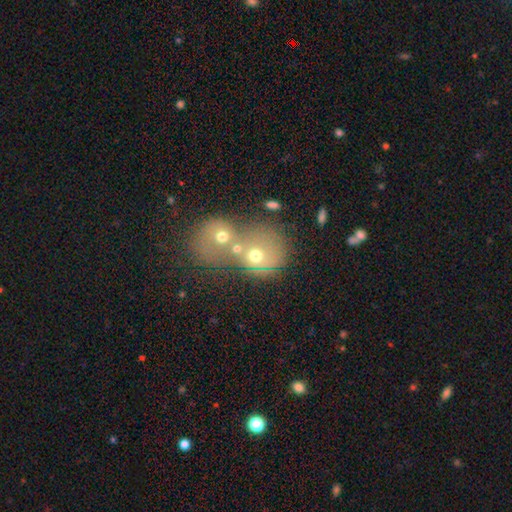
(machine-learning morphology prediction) A smooth galaxy with no disk features (57%) that is round (75%).

Vote fractions:
- Smooth or featured? smooth: 57% / featured or disk: 28% / star or artifact: 15%
- How rounded? round: 75% / in between: 24% / cigar-shaped: 1%
- Merging? merger: 70% / none: 20% / minor disturbance: 6% / major disturbance: 5%